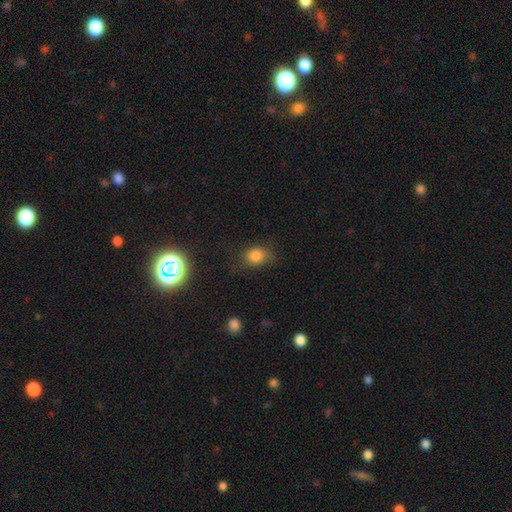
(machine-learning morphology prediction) This appears to be a smooth galaxy with no disk features (80%) that is in between round and cigar-shaped (50%). Merging: none (64%).